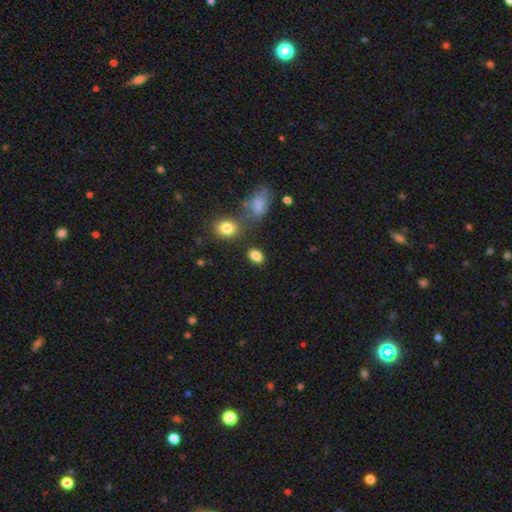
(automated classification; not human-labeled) Smooth or featured? smooth (85%)
How rounded? in between (84%)
Merging? none (78%)